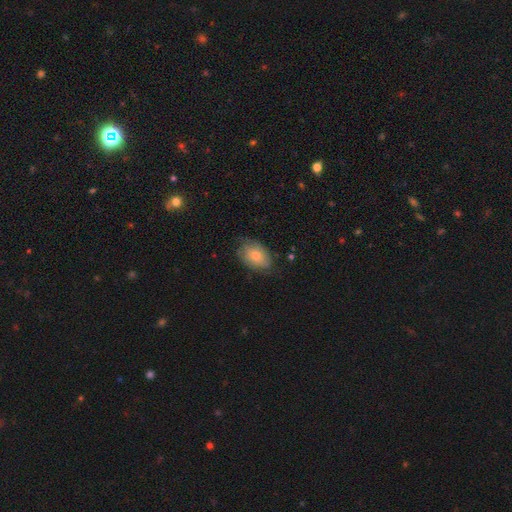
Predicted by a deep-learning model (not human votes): This is likely a smooth galaxy (64%). How rounded: clearly in between (85%). Merging: likely none (64%).